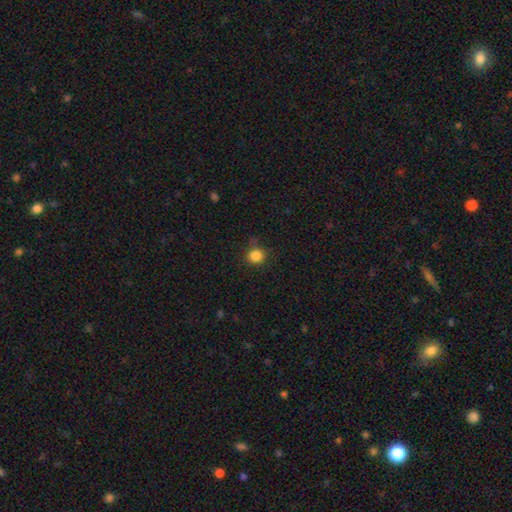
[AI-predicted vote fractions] The model was most divided on "merging": none: 82%, minor disturbance: 12%, major disturbance: 3%, merger: 2%. More confident: how rounded — round (91%); smooth or featured — smooth (85%).